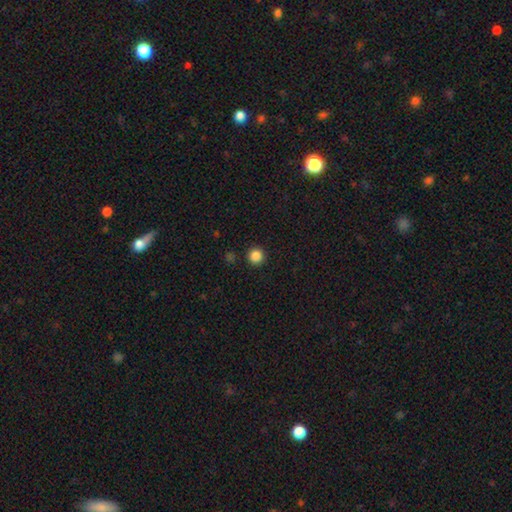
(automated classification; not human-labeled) Q: Smooth or featured?
A: smooth (86%); runner-up: star or artifact (11%)
Q: How rounded?
A: round (96%); runner-up: in between (3%)
Q: Merging?
A: none (93%); runner-up: minor disturbance (4%)